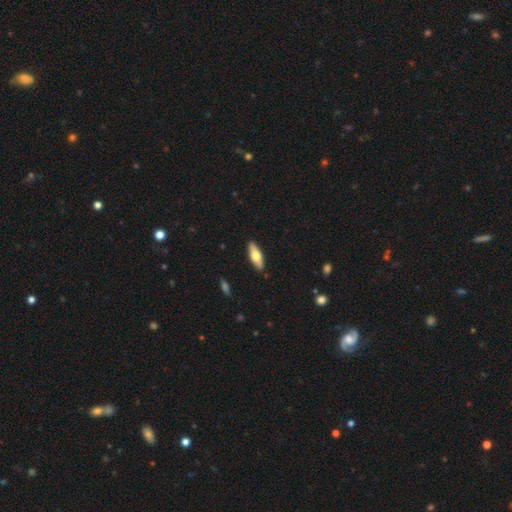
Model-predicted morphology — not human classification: Smooth or featured: smooth — 60% (featured or disk — 34%)
How rounded: in between — 62% (cigar-shaped — 36%)
Merging: none — 89% (minor disturbance — 8%)